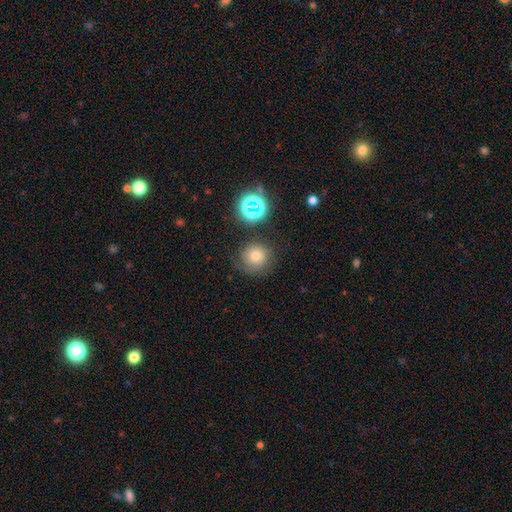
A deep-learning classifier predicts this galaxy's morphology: smooth 63%, star or artifact 21%, featured or disk 16%. Down the decision tree: how rounded — round (91%); merging — none (73%).